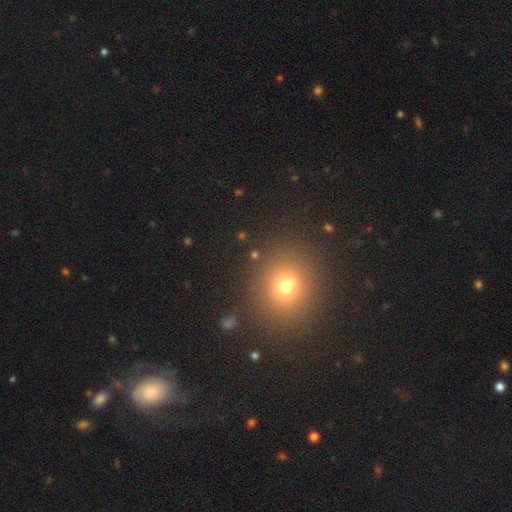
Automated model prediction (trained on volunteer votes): smooth_or_featured: smooth (p=0.64) [alt: star or artifact p=0.25]
how_rounded: round (p=0.77) [alt: in between p=0.21]
merging: none (p=0.84) [alt: minor disturbance p=0.08]